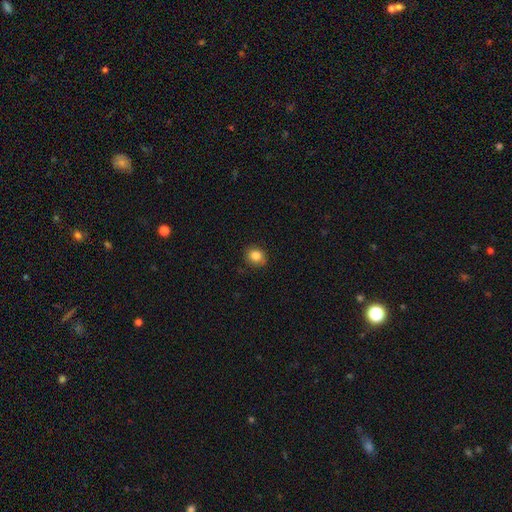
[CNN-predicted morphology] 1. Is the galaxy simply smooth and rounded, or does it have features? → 85% smooth, 10% star or artifact, 5% featured or disk.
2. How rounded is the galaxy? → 71% round, 28% in between, 1% cigar-shaped.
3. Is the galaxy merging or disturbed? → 84% none, 12% minor disturbance, 2% major disturbance, 1% merger.